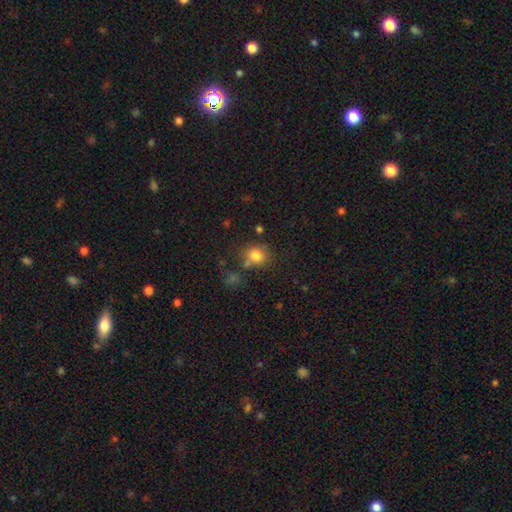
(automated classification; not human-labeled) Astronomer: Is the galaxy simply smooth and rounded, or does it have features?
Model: smooth — 80%.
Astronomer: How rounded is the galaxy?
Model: round — 69%.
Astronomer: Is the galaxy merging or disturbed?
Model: none — 65%.